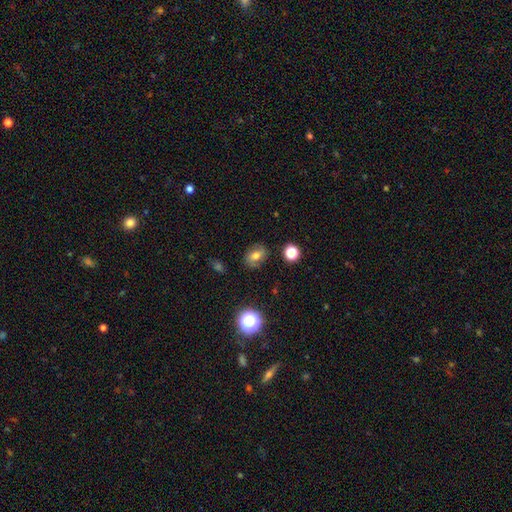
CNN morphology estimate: smooth-or-featured: smooth: 58% | featured or disk: 27% | star or artifact: 15%
  how-rounded: in between: 61% | round: 37% | cigar-shaped: 2%
  merging: none: 80% | minor disturbance: 14% | major disturbance: 4% | merger: 2%